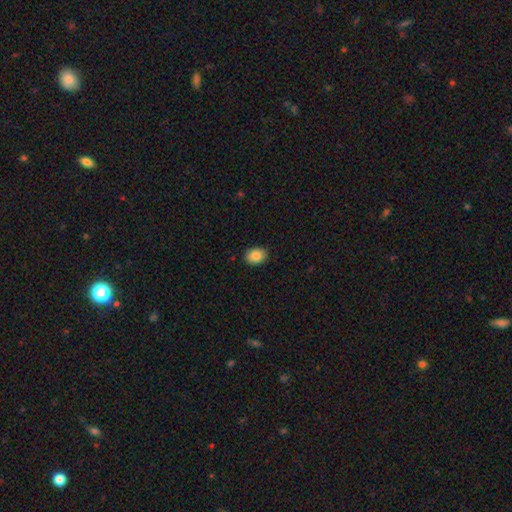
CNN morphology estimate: Smooth or featured: smooth — 87% (star or artifact — 8%)
How rounded: in between — 72% (round — 28%)
Merging: none — 89% (minor disturbance — 8%)